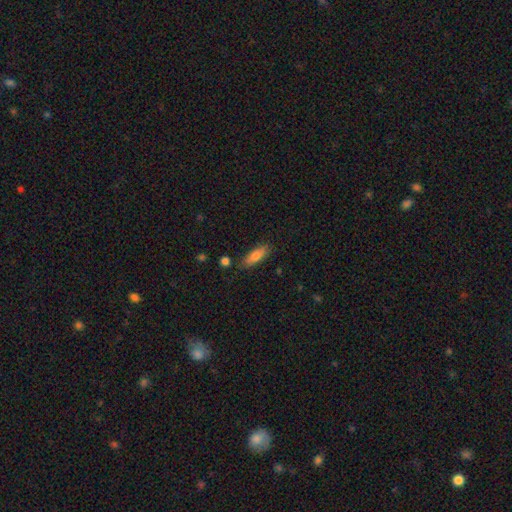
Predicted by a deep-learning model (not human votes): This appears to be a smooth galaxy with no disk features (80%) that is in between round and cigar-shaped (59%). Merging: none (81%).